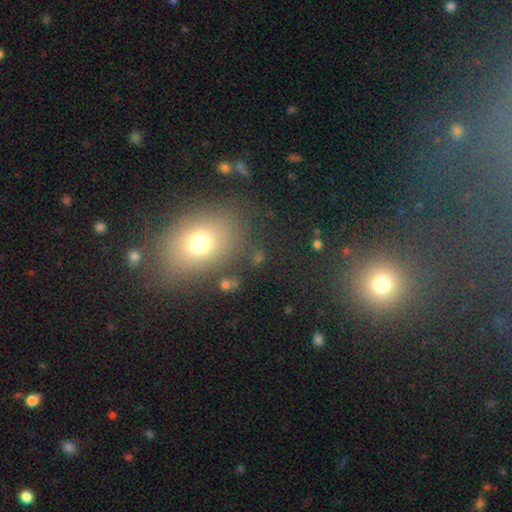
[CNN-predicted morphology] Overall: smooth (66%). How rounded: in between (59%; round 39%). Merging: none (78%).